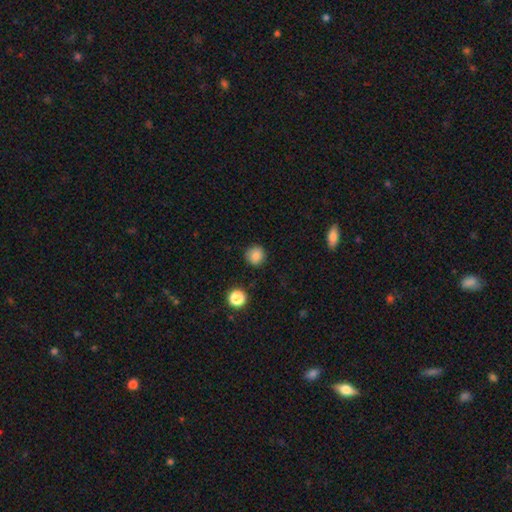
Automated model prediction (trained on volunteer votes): A smooth galaxy with no disk features (85%) that is round (92%).

Vote fractions:
- Smooth or featured? smooth: 85% / star or artifact: 11% / featured or disk: 5%
- How rounded? round: 92% / in between: 7% / cigar-shaped: 1%
- Merging? none: 88% / minor disturbance: 8% / major disturbance: 2% / merger: 1%